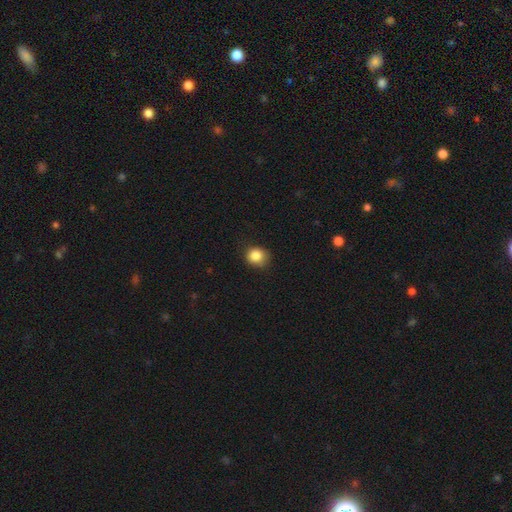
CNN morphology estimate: Smooth or featured: smooth — 86% (star or artifact — 10%)
How rounded: round — 79% (in between — 21%)
Merging: none — 74% (minor disturbance — 20%)